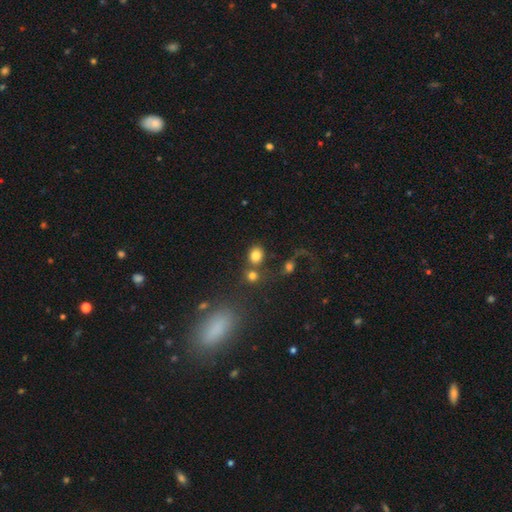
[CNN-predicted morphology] Q: Smooth or featured?
A: smooth (81%); runner-up: star or artifact (11%)
Q: How rounded?
A: round (62%); runner-up: in between (36%)
Q: Merging?
A: none (61%); runner-up: merger (22%)